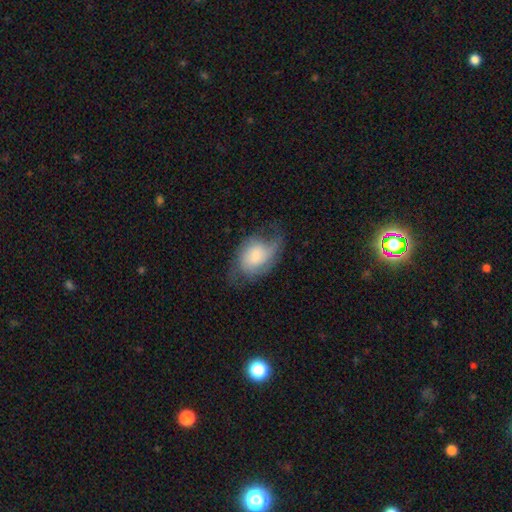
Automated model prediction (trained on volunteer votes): A featured or disk galaxy (53%) with no bar (64%), spiral arms (86%) and a small central bulge (26%). Merging: none (46%).